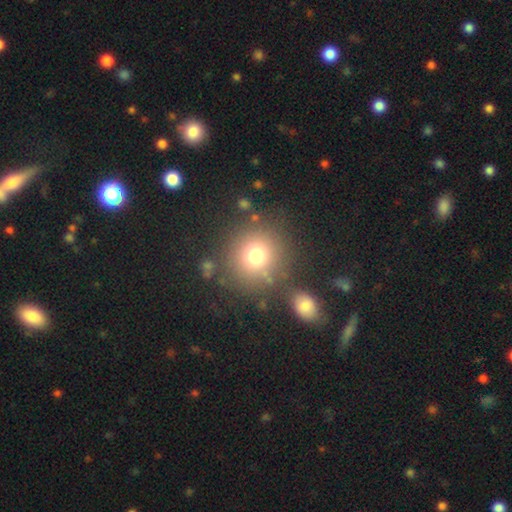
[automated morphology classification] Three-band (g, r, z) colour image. It shows a smooth galaxy with no disk features (75%) that is round (91%). Merging: none (78%).